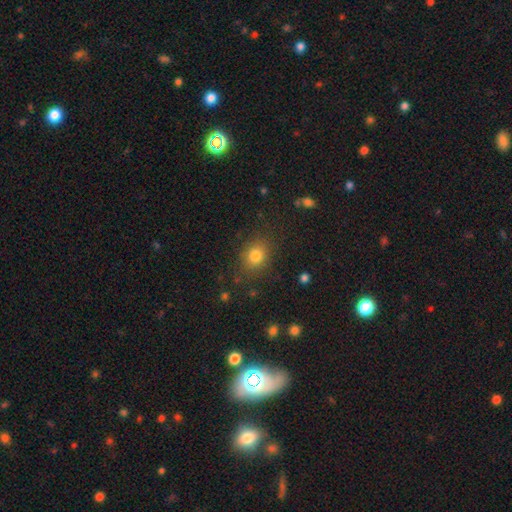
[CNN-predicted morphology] The model was most divided on "how rounded": round: 63%, in between: 36%, cigar-shaped: 1%. More confident: merging — none (84%); smooth or featured — smooth (80%).